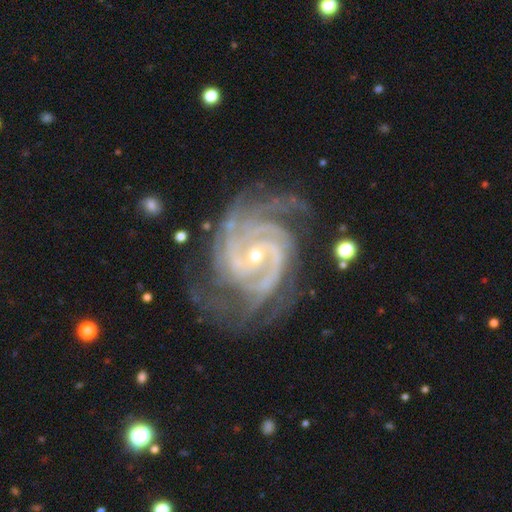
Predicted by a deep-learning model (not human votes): smooth_or_featured: featured or disk (p=0.93) [alt: star or artifact p=0.05]
disk_edge_on: no (p=0.98) [alt: yes p=0.02]
bar: no (p=0.50) [alt: weak p=0.35]
has_spiral_arms: yes (p=0.99) [alt: no p=0.01]
spiral_winding: tight (p=0.69) [alt: medium p=0.28]
spiral_arm_count: 3 (p=0.28) [alt: 4 p=0.22]
bulge_size: small (p=0.60) [alt: moderate p=0.37]
merging: none (p=0.67) [alt: minor disturbance p=0.20]